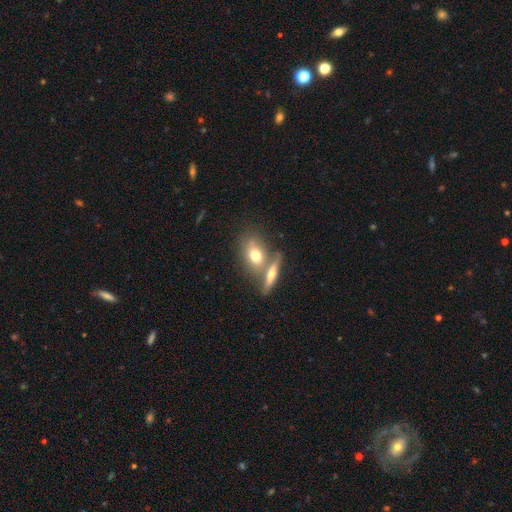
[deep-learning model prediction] Overall: smooth (63%; featured or disk 29%). How rounded: in between (70%). Merging: merger (44%; none 40%).